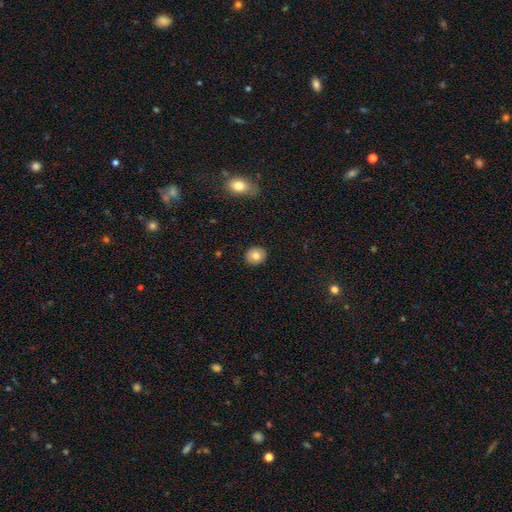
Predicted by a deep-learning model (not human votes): The model was most divided on "how rounded": round: 77%, in between: 22%, cigar-shaped: 1%. More confident: merging — none (91%); smooth or featured — smooth (77%).